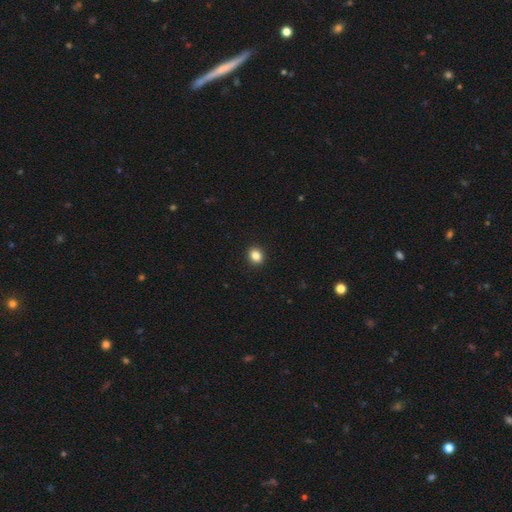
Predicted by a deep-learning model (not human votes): Smooth or featured? Predicted: smooth (p=0.85). How rounded? Predicted: round (p=0.63). Merging? Predicted: none (p=0.92).